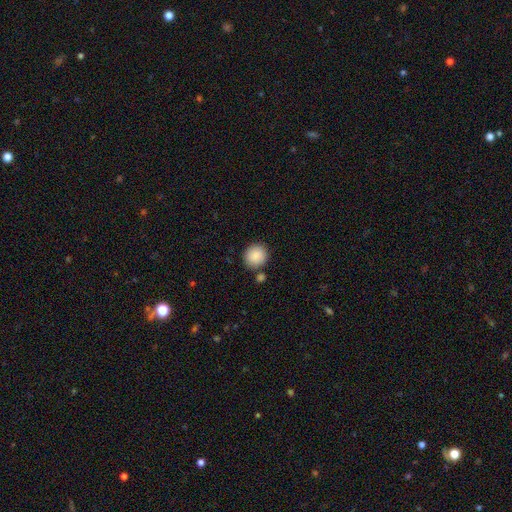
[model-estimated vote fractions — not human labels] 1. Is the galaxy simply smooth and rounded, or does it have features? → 88% smooth, 8% star or artifact, 4% featured or disk.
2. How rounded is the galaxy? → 89% round, 10% in between, 1% cigar-shaped.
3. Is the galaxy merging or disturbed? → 82% none, 9% minor disturbance, 7% merger, 3% major disturbance.